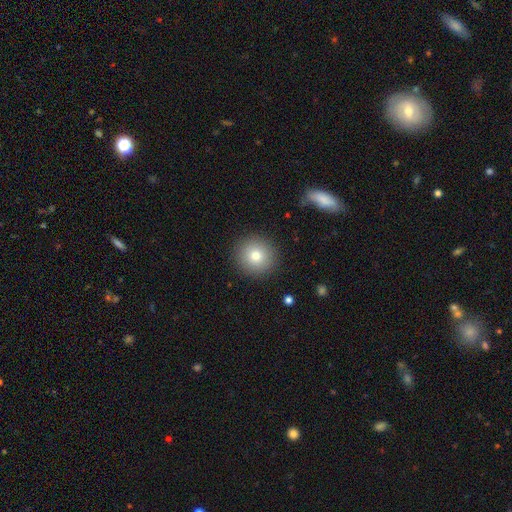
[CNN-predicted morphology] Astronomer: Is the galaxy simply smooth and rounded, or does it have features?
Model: smooth — 78%.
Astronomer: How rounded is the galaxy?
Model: round — 94%.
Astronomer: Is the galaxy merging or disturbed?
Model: none — 91%.